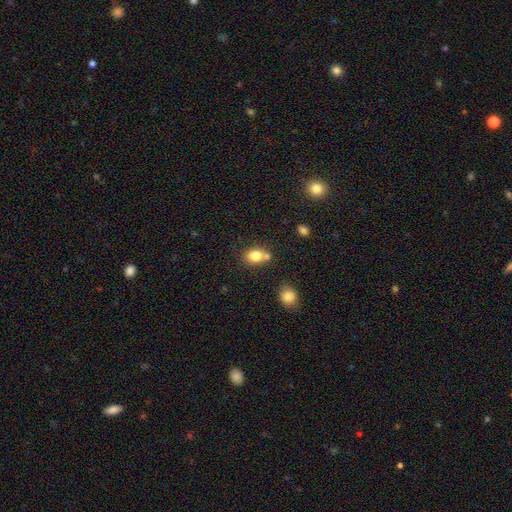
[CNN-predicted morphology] smooth-or-featured: smooth: 80% | star or artifact: 10% | featured or disk: 9%
  how-rounded: round: 52% | in between: 47% | cigar-shaped: 1%
  merging: none: 55% | merger: 28% | minor disturbance: 13% | major disturbance: 4%